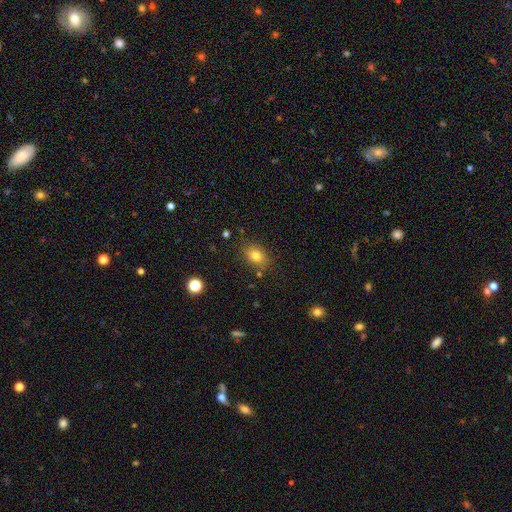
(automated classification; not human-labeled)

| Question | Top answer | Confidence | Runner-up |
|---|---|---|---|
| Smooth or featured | smooth | 79% | star or artifact (12%) |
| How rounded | in between | 61% | round (37%) |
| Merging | none | 79% | minor disturbance (13%) |